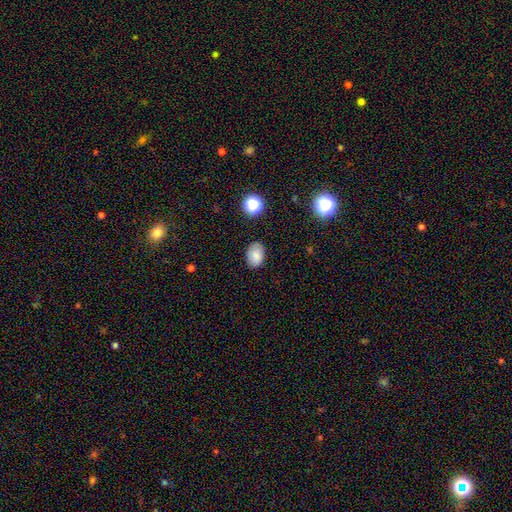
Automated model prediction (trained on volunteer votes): Smooth or featured? smooth (81%)
How rounded? in between (79%)
Merging? none (81%)